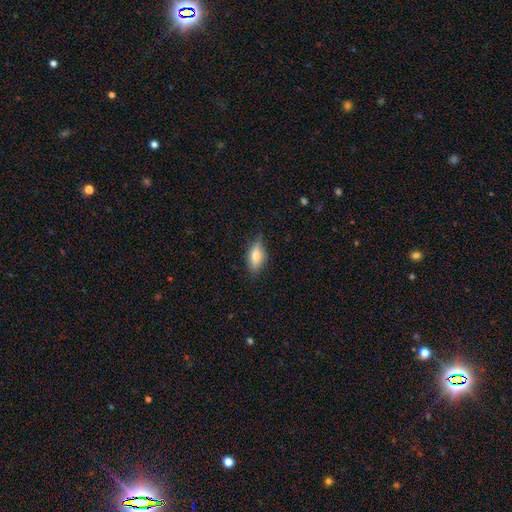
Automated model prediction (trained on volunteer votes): smooth_or_featured: smooth (p=0.68) [alt: featured or disk p=0.25]
how_rounded: in between (p=0.81) [alt: cigar-shaped p=0.14]
merging: none (p=0.74) [alt: minor disturbance p=0.21]